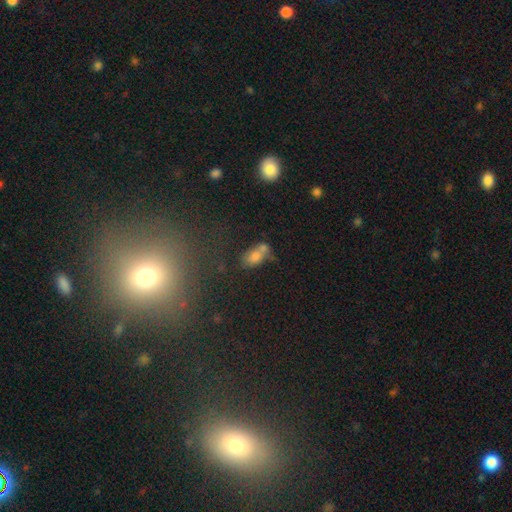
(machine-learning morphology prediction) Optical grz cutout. It shows a smooth galaxy with no disk features (69%) that is in between round and cigar-shaped (79%). Merging: merger (44%).